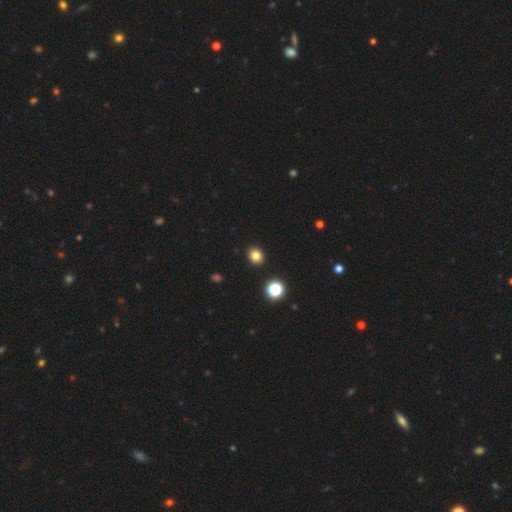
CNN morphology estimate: Overall: smooth (81%). How rounded: round (68%; in between 31%). Merging: none (91%).